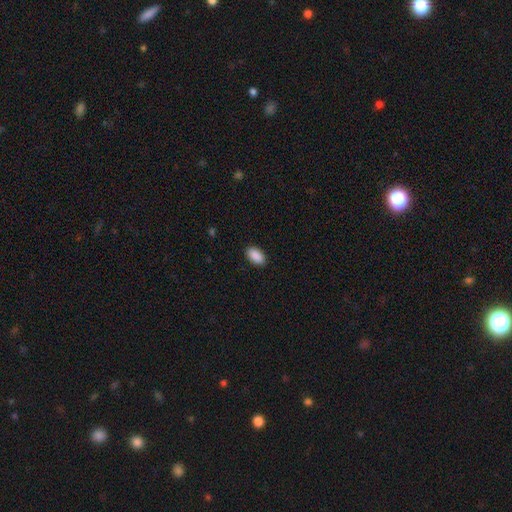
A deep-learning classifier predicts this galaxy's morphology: Smooth or featured? Predicted: smooth (p=0.91). How rounded? Predicted: in between (p=0.94). Merging? Predicted: none (p=0.89).